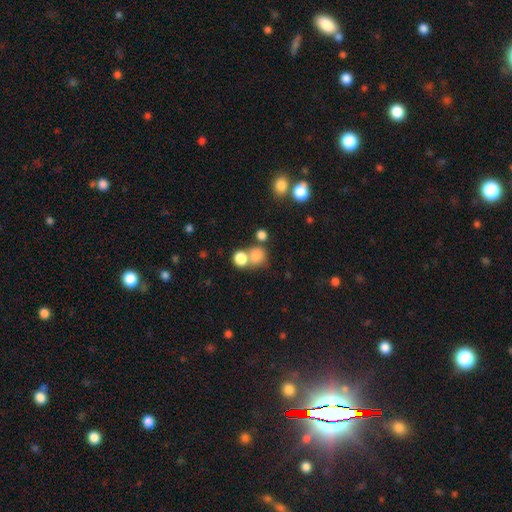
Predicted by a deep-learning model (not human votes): Smooth or featured? smooth (78%)
How rounded? round (79%)
Merging? none (48%)